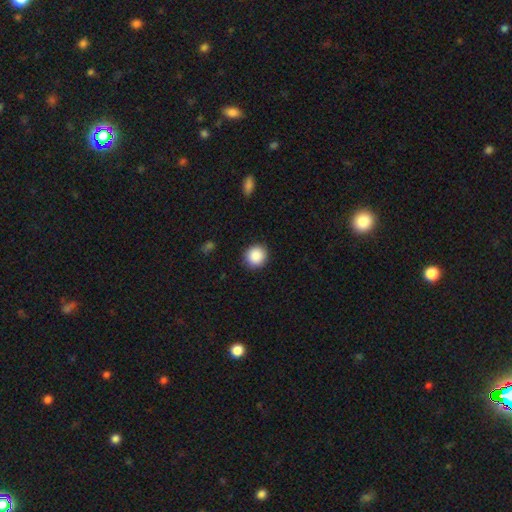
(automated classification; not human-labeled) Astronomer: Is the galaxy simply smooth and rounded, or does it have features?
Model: smooth — 89%.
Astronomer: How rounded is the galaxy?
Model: round — 92%.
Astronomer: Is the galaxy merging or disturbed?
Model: none — 91%.